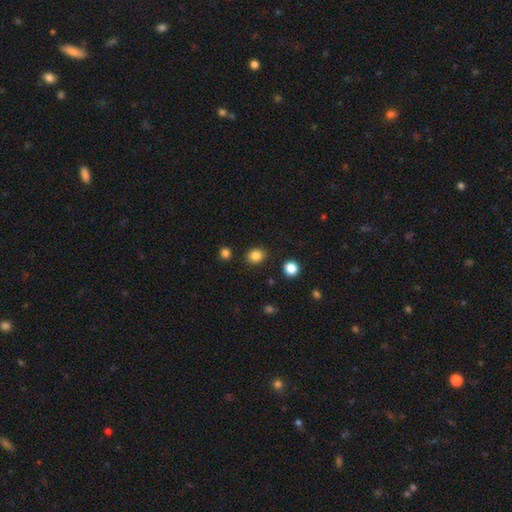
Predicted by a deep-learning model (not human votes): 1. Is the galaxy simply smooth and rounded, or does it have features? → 84% smooth, 11% star or artifact, 4% featured or disk.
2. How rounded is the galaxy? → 66% round, 33% in between, 1% cigar-shaped.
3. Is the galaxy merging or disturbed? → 87% none, 8% minor disturbance, 2% merger, 2% major disturbance.